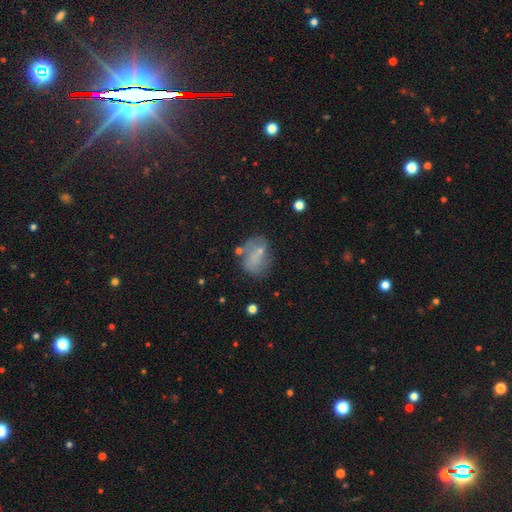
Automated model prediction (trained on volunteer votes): Q: Smooth or featured?
A: smooth (60%); runner-up: featured or disk (28%)
Q: How rounded?
A: in between (64%); runner-up: round (34%)
Q: Merging?
A: none (54%); runner-up: minor disturbance (25%)